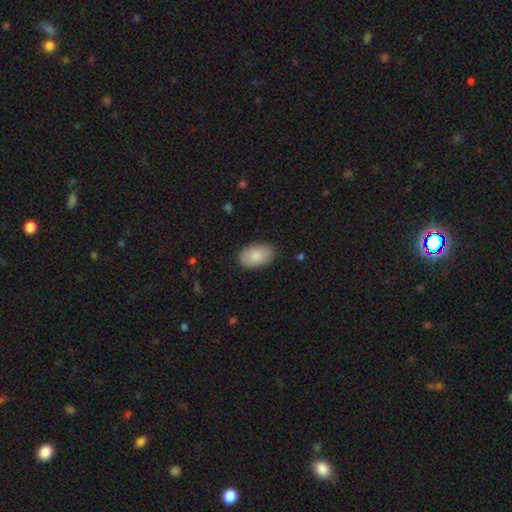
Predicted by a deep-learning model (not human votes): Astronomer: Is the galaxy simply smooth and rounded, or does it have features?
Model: smooth — 86%.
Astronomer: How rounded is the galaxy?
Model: in between — 94%.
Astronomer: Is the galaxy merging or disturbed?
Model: none — 85%.